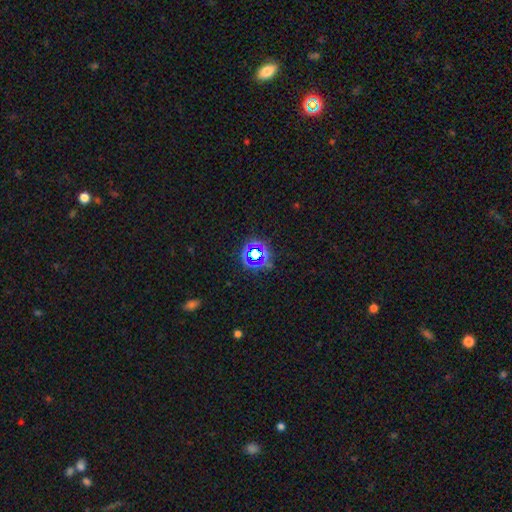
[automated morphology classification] star or artifact 68%, smooth 21%, featured or disk 11%.